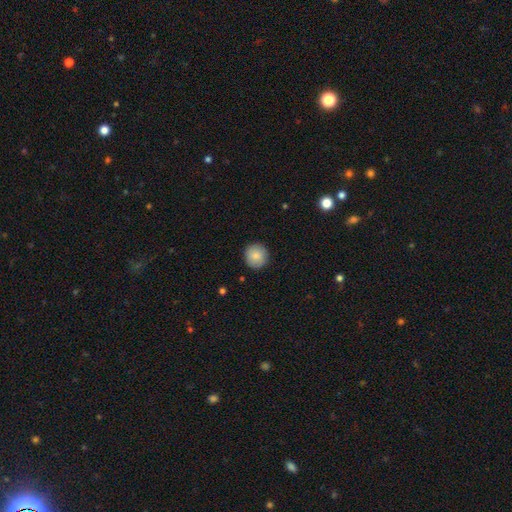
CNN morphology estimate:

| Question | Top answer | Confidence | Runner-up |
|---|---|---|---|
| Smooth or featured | smooth | 86% | star or artifact (7%) |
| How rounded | round | 93% | in between (6%) |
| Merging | none | 91% | minor disturbance (7%) |